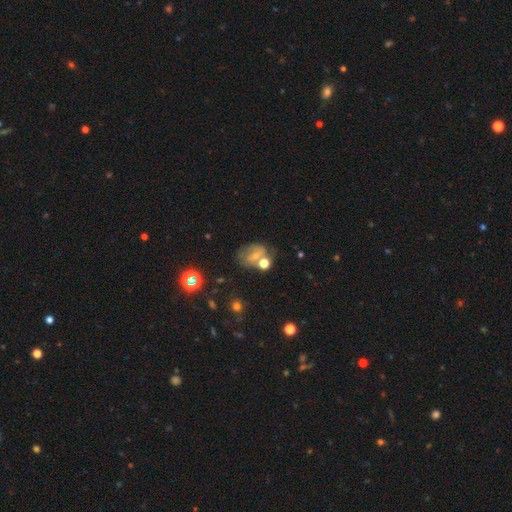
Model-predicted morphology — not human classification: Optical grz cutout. It shows a smooth galaxy with no disk features (42%). Merging: none (43%).